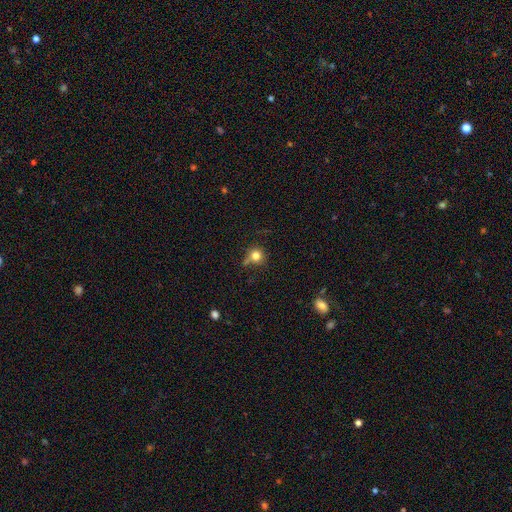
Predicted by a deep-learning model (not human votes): A smooth galaxy with no disk features (79%) that is round (89%).

Vote fractions:
- Smooth or featured? smooth: 79% / star or artifact: 12% / featured or disk: 8%
- How rounded? round: 89% / in between: 10% / cigar-shaped: 1%
- Merging? none: 64% / minor disturbance: 19% / merger: 10% / major disturbance: 6%